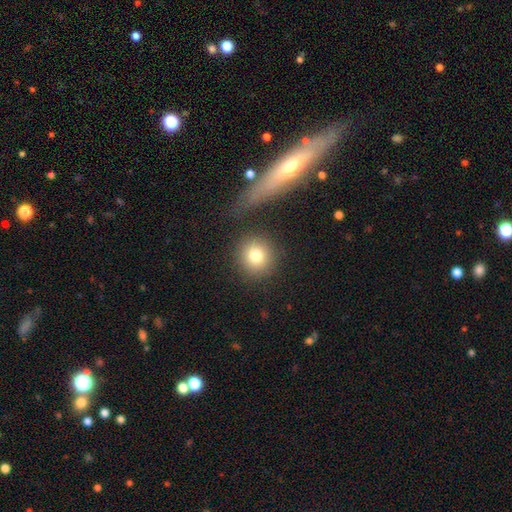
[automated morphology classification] Smooth or featured? Predicted: smooth (p=0.80). How rounded? Predicted: round (p=0.91). Merging? Predicted: none (p=0.82).